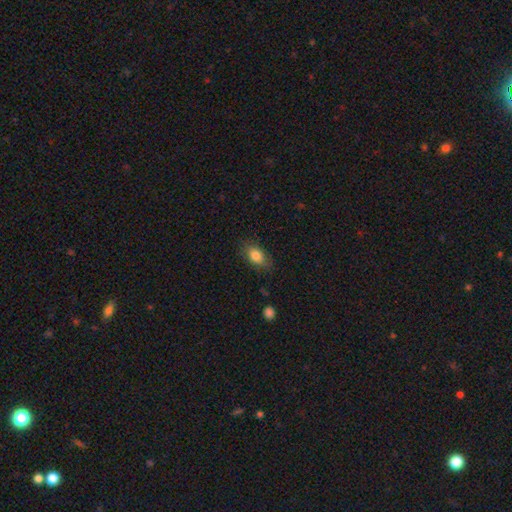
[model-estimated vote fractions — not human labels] Overall: smooth (82%). How rounded: in between (85%). Merging: none (78%).